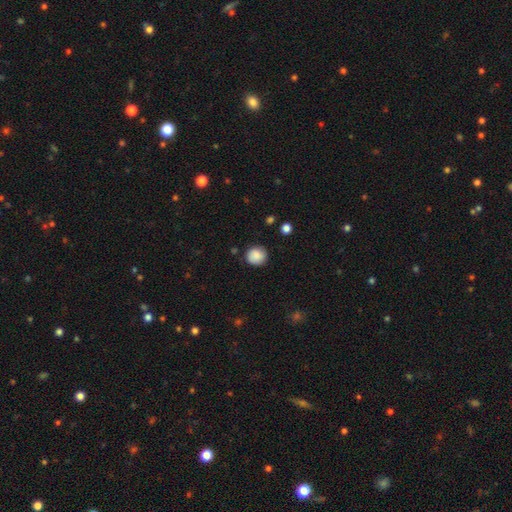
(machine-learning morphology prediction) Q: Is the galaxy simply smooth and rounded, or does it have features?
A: smooth — 87%.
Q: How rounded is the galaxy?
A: round — 89%.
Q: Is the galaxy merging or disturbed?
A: none — 85%.